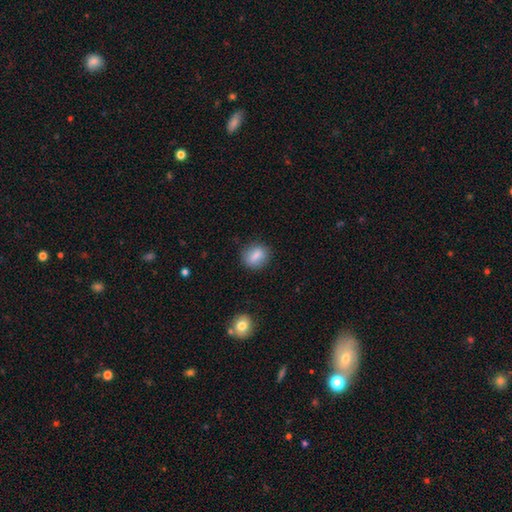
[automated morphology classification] Smooth or featured? Predicted: smooth (p=0.83). How rounded? Predicted: in between (p=0.49). Merging? Predicted: none (p=0.81).